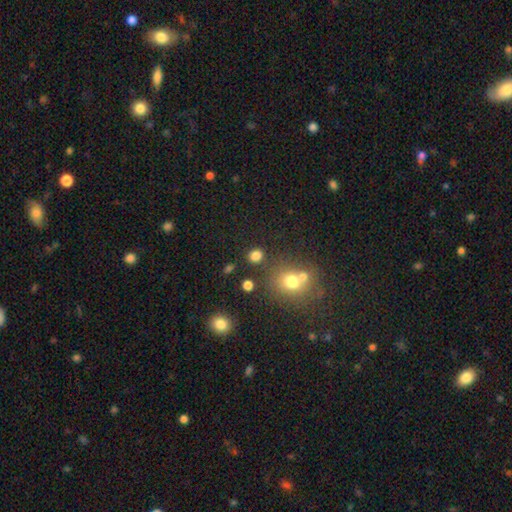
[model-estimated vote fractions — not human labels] Smooth or featured? Predicted: smooth (p=0.79). How rounded? Predicted: round (p=0.70). Merging? Predicted: none (p=0.78).